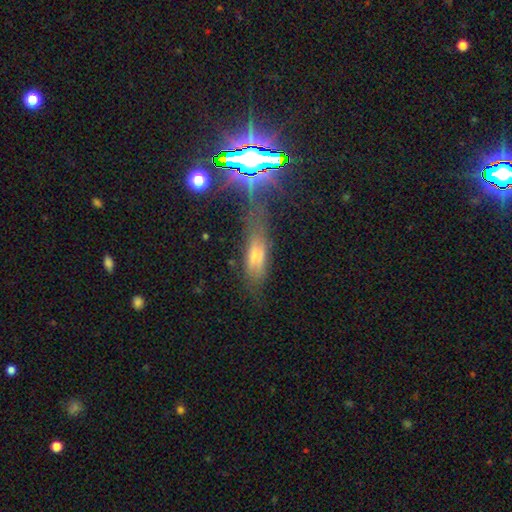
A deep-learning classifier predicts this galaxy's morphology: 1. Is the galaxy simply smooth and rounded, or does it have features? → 46% smooth, 33% featured or disk, 21% star or artifact.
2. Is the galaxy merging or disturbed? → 53% none, 24% minor disturbance, 15% major disturbance, 8% merger.